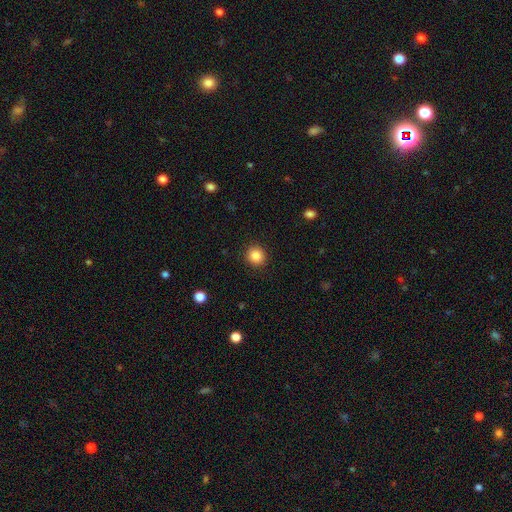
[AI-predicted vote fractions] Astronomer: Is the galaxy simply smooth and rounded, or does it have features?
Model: smooth — 86%.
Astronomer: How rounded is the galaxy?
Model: round — 89%.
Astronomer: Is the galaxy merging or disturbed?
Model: none — 91%.